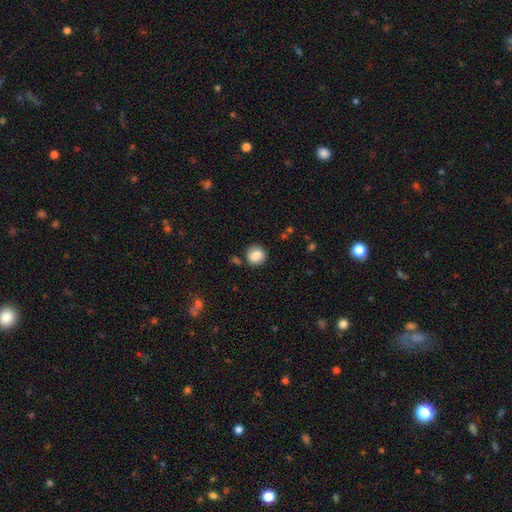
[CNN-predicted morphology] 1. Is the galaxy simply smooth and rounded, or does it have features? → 83% smooth, 9% star or artifact, 8% featured or disk.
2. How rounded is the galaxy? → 81% round, 18% in between, 1% cigar-shaped.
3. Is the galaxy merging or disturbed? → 79% none, 13% minor disturbance, 5% merger, 4% major disturbance.